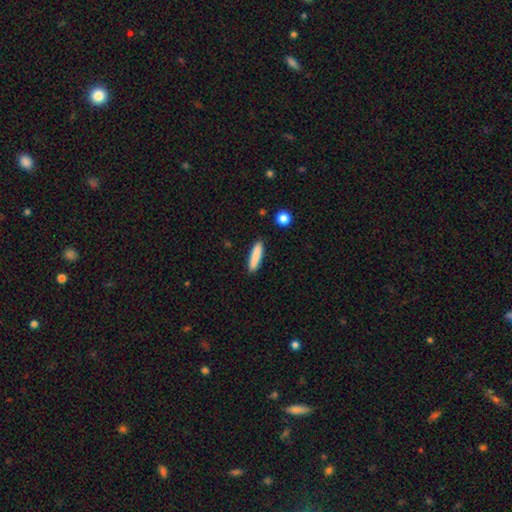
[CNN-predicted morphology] smooth_or_featured: smooth (p=0.85) [alt: featured or disk p=0.09]
how_rounded: cigar-shaped (p=0.85) [alt: in between p=0.14]
merging: none (p=0.89) [alt: minor disturbance p=0.08]